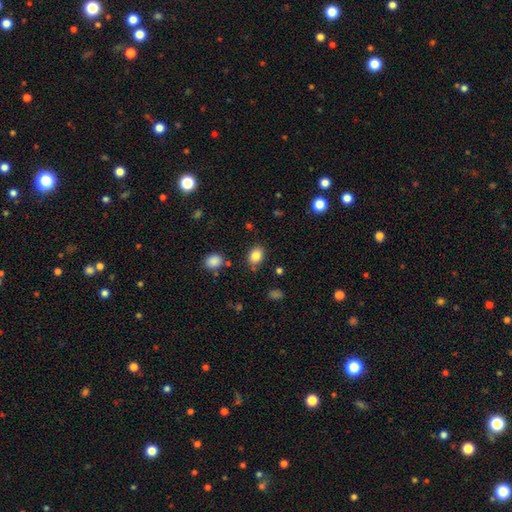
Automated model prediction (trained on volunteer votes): Overall: smooth (84%). How rounded: in between (62%; round 37%). Merging: none (79%).